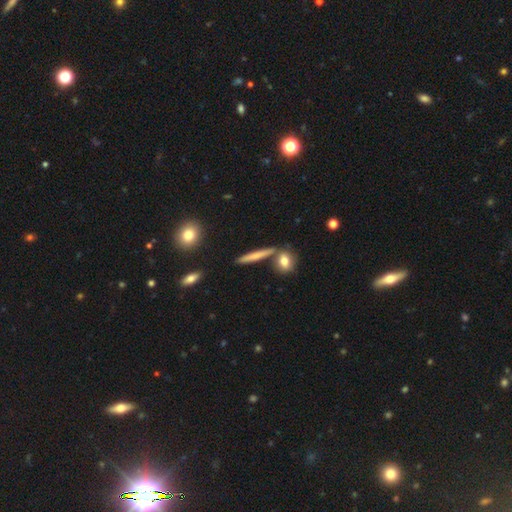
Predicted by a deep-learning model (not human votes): Q: Smooth or featured?
A: smooth (65%); runner-up: featured or disk (28%)
Q: How rounded?
A: cigar-shaped (86%); runner-up: in between (9%)
Q: Merging?
A: none (76%); runner-up: merger (11%)